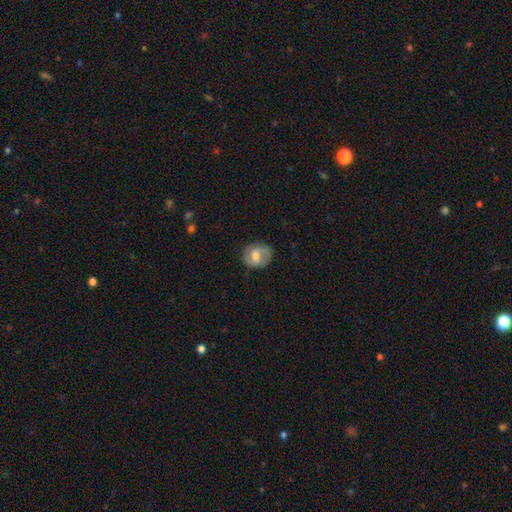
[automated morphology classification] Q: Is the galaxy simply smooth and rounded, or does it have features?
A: smooth — 50%.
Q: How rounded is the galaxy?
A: round — 63%.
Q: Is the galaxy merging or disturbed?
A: none — 76%.